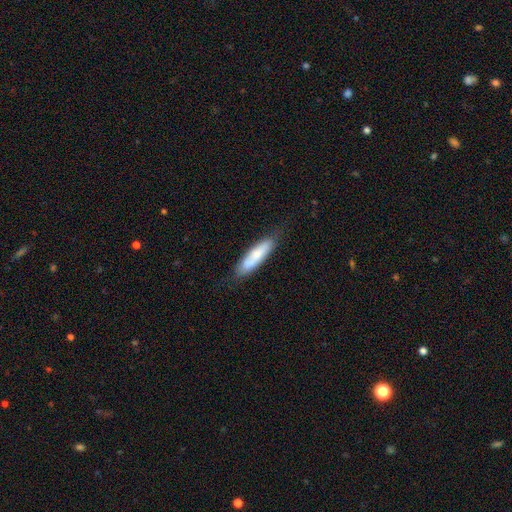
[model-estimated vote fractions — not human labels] This is likely a smooth galaxy (67%). How rounded: likely cigar-shaped (67%). Merging: likely none (76%).